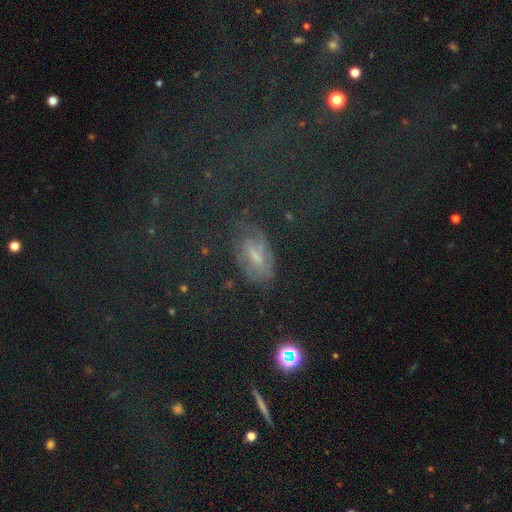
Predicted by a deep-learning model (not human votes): This appears to be a star or artifact, not a galaxy (38%).